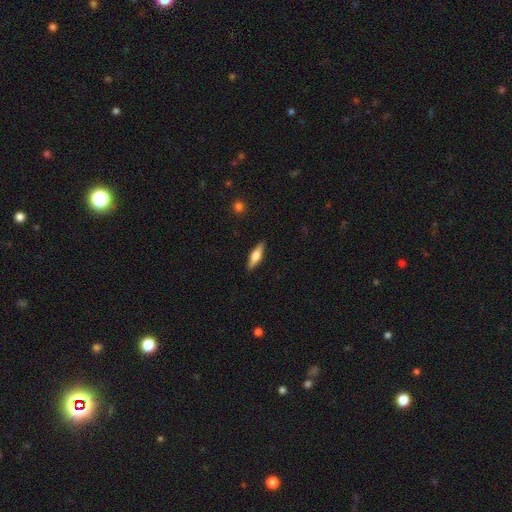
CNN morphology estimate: Smooth or featured? Predicted: smooth (p=0.51). How rounded? Predicted: cigar-shaped (p=0.62). Merging? Predicted: none (p=0.89).